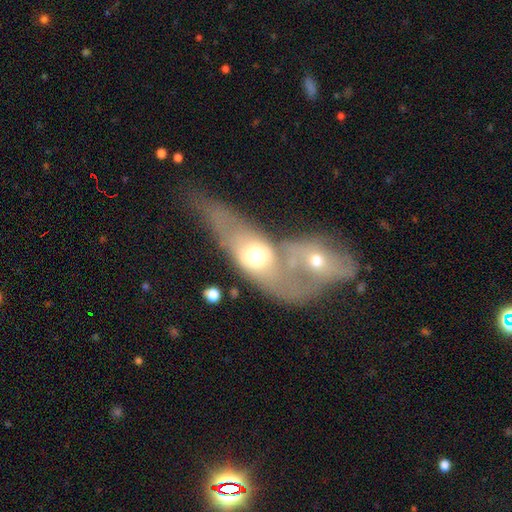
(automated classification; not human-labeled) Morphology: type=featured or disk (53%); edge-on=no (74%); merging=merger (54%).